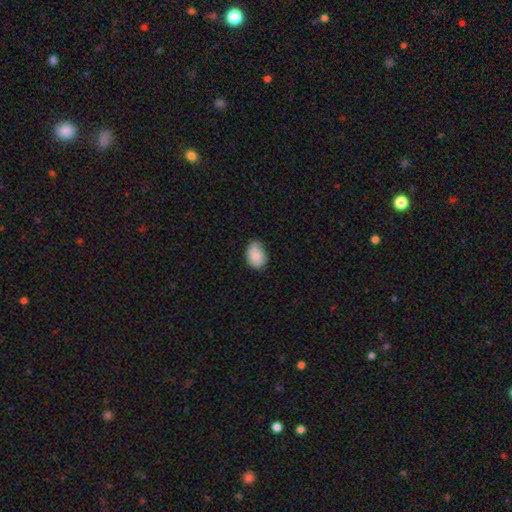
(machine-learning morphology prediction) type=smooth (83%); roundness=in between (83%); merging=none (71%).